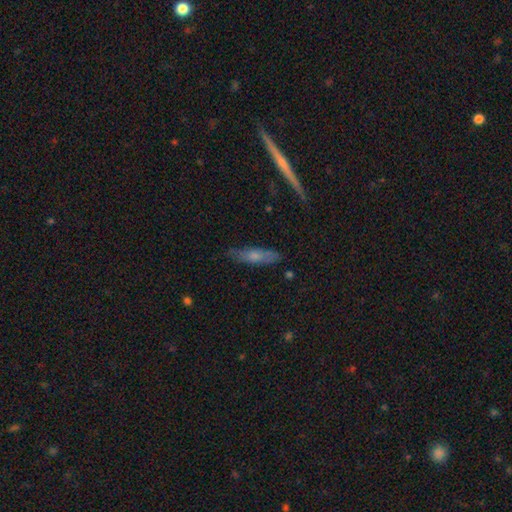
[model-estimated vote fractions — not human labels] The model was most divided on "smooth or featured": smooth: 55%, featured or disk: 37%, star or artifact: 7%. More confident: merging — none (78%); how rounded — cigar-shaped (67%).